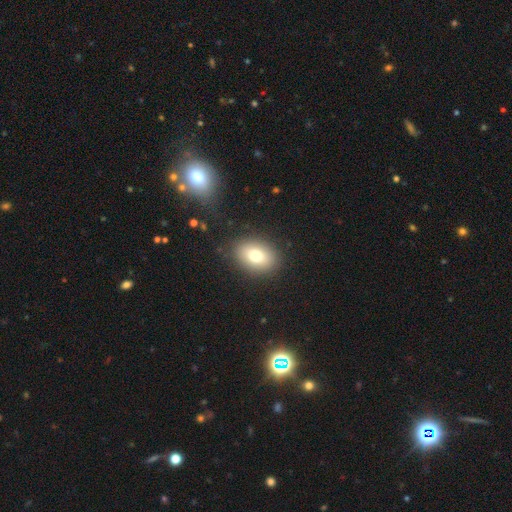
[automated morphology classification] Smooth or featured? smooth (76%)
How rounded? in between (75%)
Merging? none (87%)